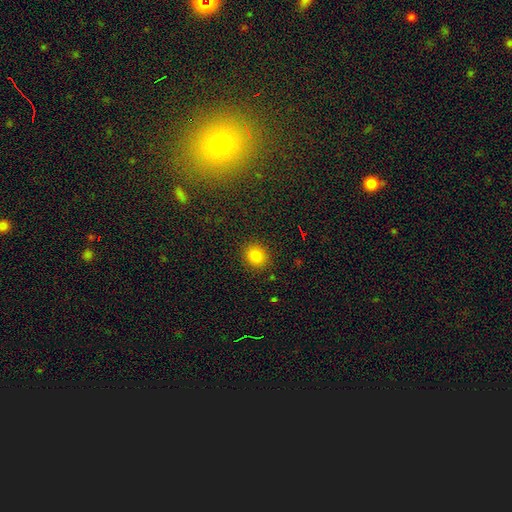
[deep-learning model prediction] Smooth or featured: smooth — 82% (star or artifact — 13%)
How rounded: round — 80% (in between — 19%)
Merging: none — 89% (minor disturbance — 7%)